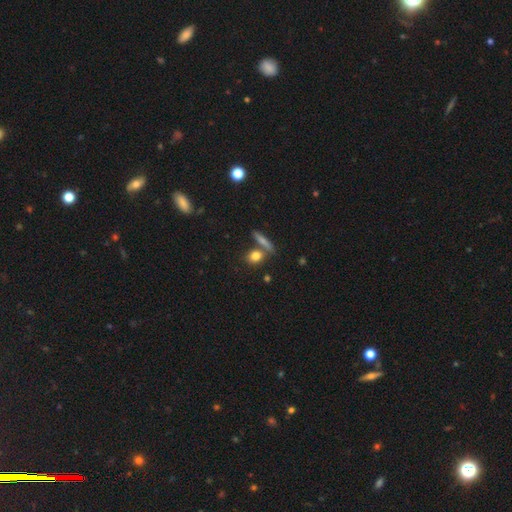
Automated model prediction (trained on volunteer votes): The model was most divided on "how rounded": round: 48%, in between: 40%, cigar-shaped: 12%. More confident: smooth or featured — smooth (79%); merging — none (63%).